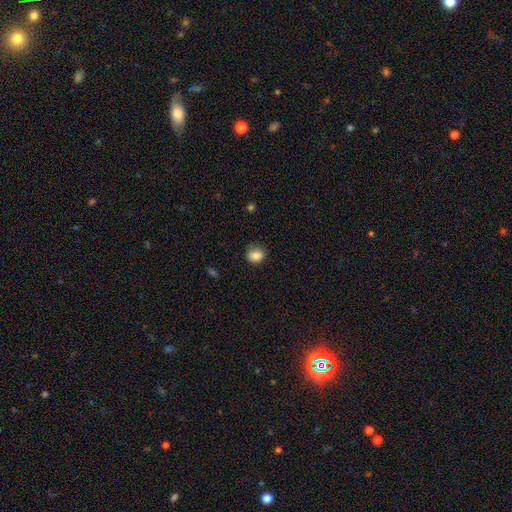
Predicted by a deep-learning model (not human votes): Smooth or featured: smooth — 84% (star or artifact — 10%)
How rounded: round — 64% (in between — 35%)
Merging: none — 76% (minor disturbance — 19%)